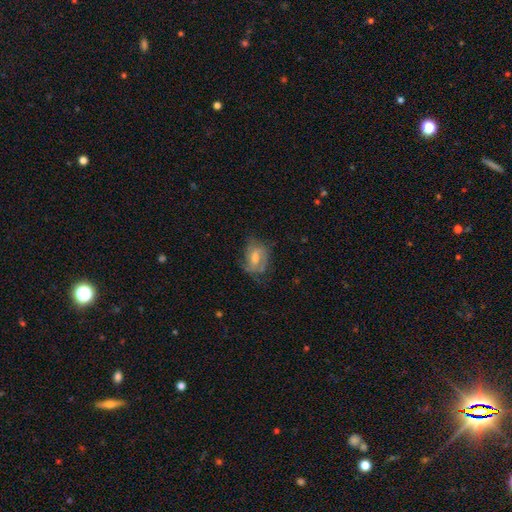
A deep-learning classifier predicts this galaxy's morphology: Smooth or featured?
  - featured or disk: 57% *
  - smooth: 32%
  - star or artifact: 11%
Edge-on disk?
  - no: 95% *
  - yes: 5%
Bar?
  - weak: 47% *
  - no: 36%
  - strong: 17%
Spiral arms?
  - yes: 76% *
  - no: 24%
Bulge size?
  - moderate: 53% *
  - small: 29%
  - large: 9%
  - none: 7%
  - dominant: 1%
Merging?
  - none: 61% *
  - minor disturbance: 24%
  - major disturbance: 14%
  - merger: 2%